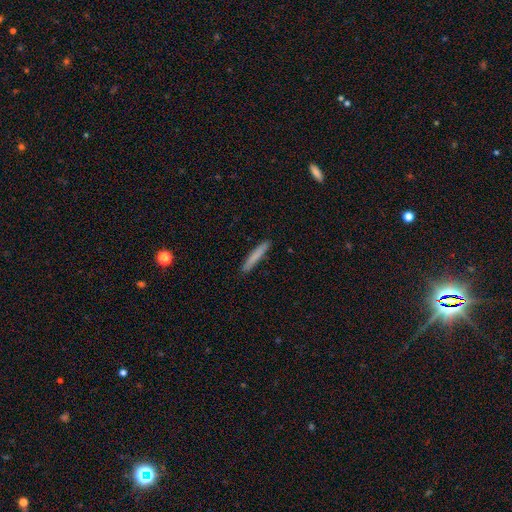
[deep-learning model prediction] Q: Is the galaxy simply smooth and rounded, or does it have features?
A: smooth — 76%.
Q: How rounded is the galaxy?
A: cigar-shaped — 96%.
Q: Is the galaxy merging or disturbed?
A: none — 91%.